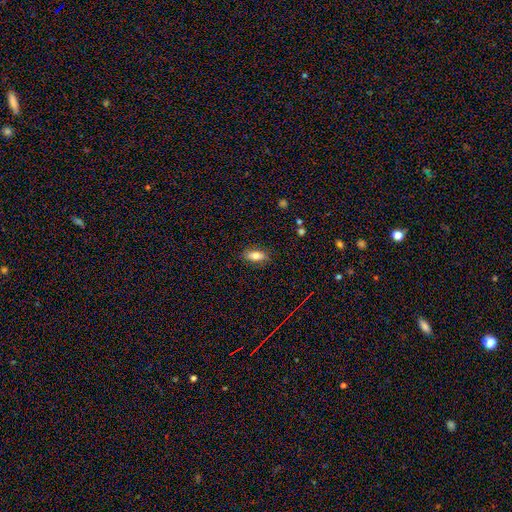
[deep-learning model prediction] This is likely a smooth galaxy (77%). How rounded: clearly in between (83%). Merging: clearly none (85%).